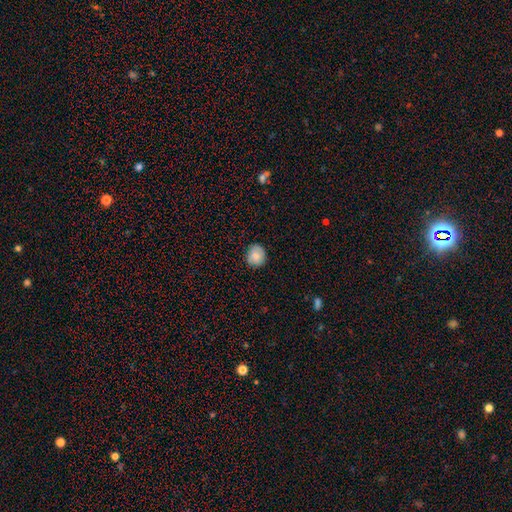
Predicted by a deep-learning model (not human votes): smooth-or-featured: smooth: 82% | featured or disk: 10% | star or artifact: 8%
  how-rounded: round: 76% | in between: 23% | cigar-shaped: 1%
  merging: none: 81% | minor disturbance: 16% | major disturbance: 3% | merger: 1%